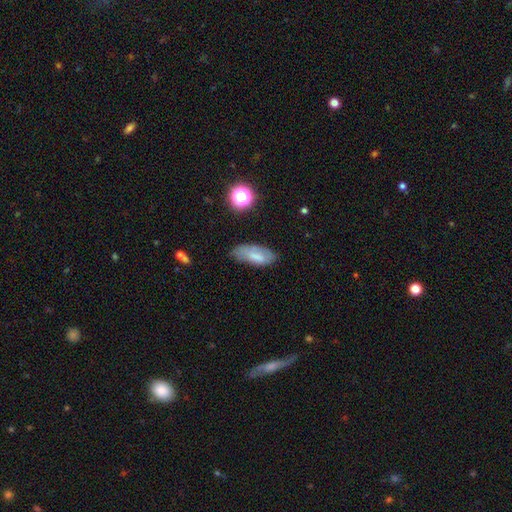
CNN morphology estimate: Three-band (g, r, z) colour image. It shows a smooth galaxy with no disk features (68%) that is in between round and cigar-shaped (82%). Merging: none (65%).